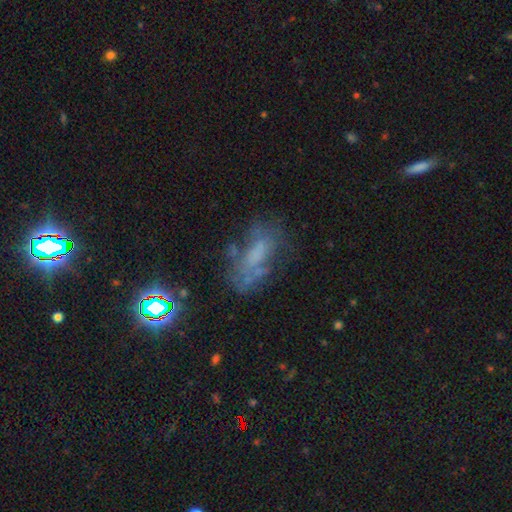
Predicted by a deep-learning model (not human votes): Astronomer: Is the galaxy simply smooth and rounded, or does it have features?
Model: featured or disk — 43% (runner-up: smooth, 33%).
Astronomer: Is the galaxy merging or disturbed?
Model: none — 49%.